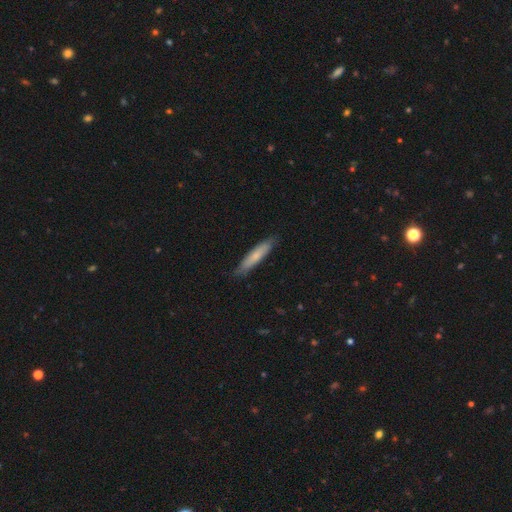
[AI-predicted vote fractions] A smooth galaxy with no disk features (71%) that is cigar-shaped (87%).

Vote fractions:
- Smooth or featured? smooth: 71% / featured or disk: 23% / star or artifact: 5%
- How rounded? cigar-shaped: 87% / in between: 12% / round: 1%
- Merging? none: 83% / minor disturbance: 14% / major disturbance: 2% / merger: 1%